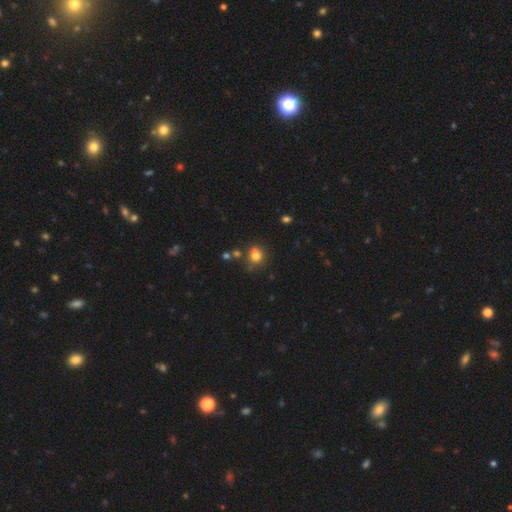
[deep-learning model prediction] Q: Smooth or featured?
A: smooth (79%); runner-up: star or artifact (13%)
Q: How rounded?
A: round (77%); runner-up: in between (22%)
Q: Merging?
A: none (68%); runner-up: minor disturbance (18%)